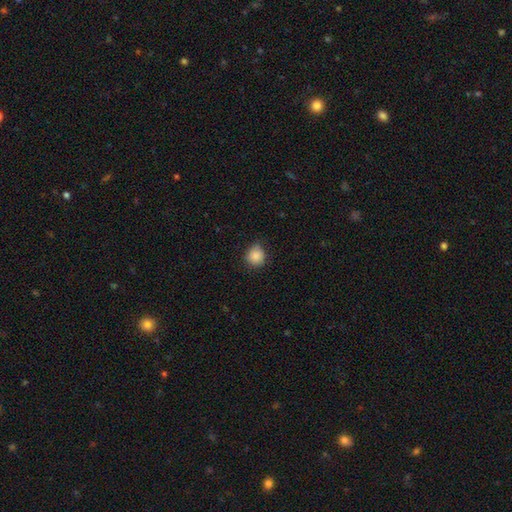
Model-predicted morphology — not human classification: Smooth or featured?
  - smooth: 86% *
  - star or artifact: 9%
  - featured or disk: 5%
How rounded?
  - round: 87% *
  - in between: 12%
  - cigar-shaped: 1%
Merging?
  - none: 74% *
  - minor disturbance: 21%
  - major disturbance: 4%
  - merger: 1%